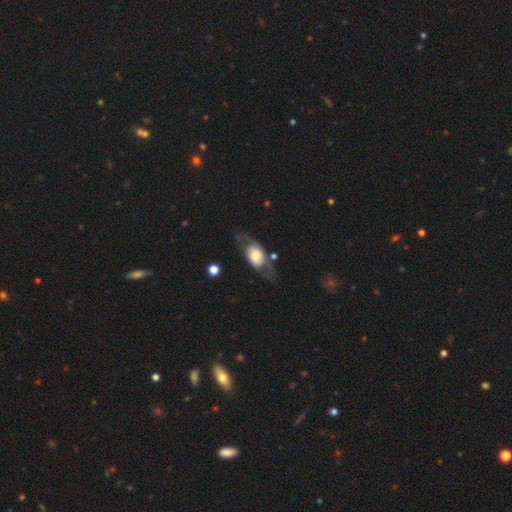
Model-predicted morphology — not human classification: This is possibly a featured or disk galaxy (50%). Merging: possibly none (55%).